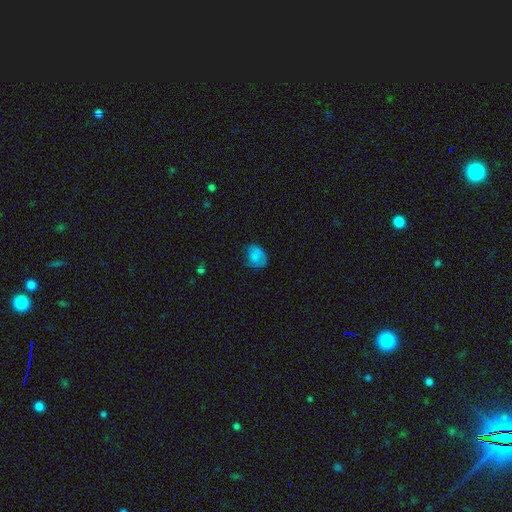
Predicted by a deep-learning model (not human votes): A smooth galaxy with no disk features (76%) that is in between round and cigar-shaped (62%).

Vote fractions:
- Smooth or featured? smooth: 76% / featured or disk: 14% / star or artifact: 11%
- How rounded? in between: 62% / round: 37% / cigar-shaped: 1%
- Merging? none: 54% / minor disturbance: 31% / major disturbance: 13% / merger: 2%